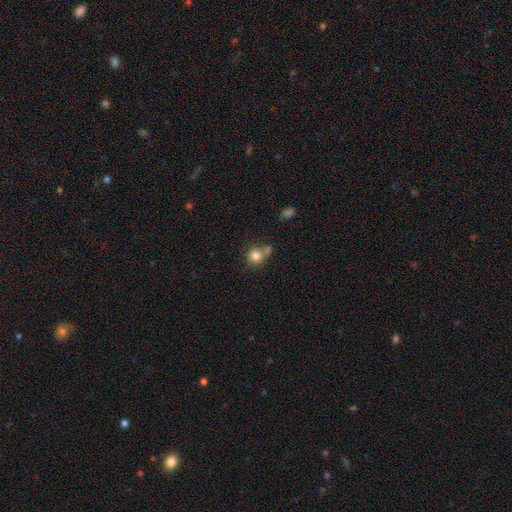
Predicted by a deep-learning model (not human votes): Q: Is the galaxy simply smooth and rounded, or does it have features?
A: smooth — 81%.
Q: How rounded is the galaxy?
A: round — 84%.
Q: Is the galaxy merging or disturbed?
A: none — 51%.